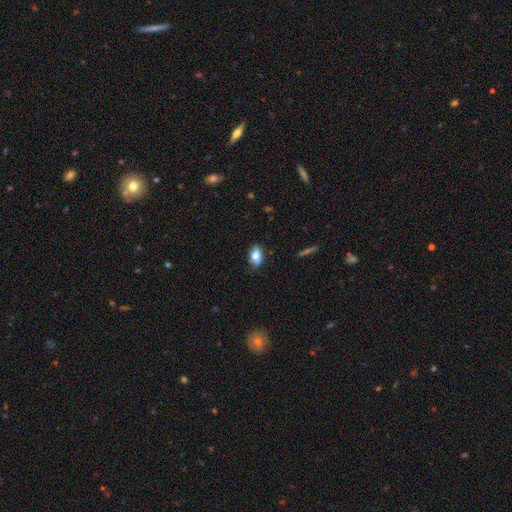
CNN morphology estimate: Smooth or featured? Predicted: smooth (p=0.76). How rounded? Predicted: in between (p=0.89). Merging? Predicted: none (p=0.77).